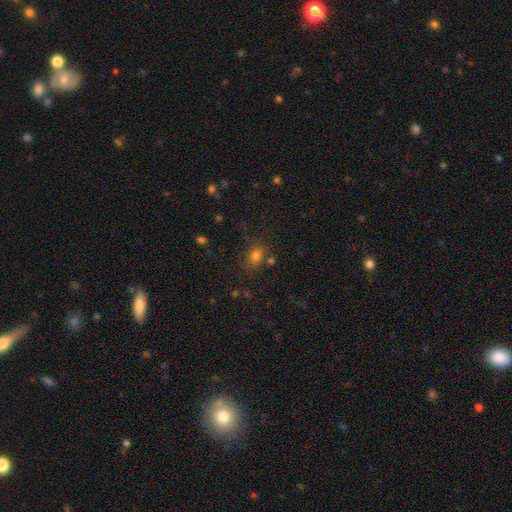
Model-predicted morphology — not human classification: smooth-or-featured: smooth: 76% | star or artifact: 17% | featured or disk: 7%
  how-rounded: in between: 57% | round: 41% | cigar-shaped: 1%
  merging: none: 71% | minor disturbance: 14% | merger: 10% | major disturbance: 5%